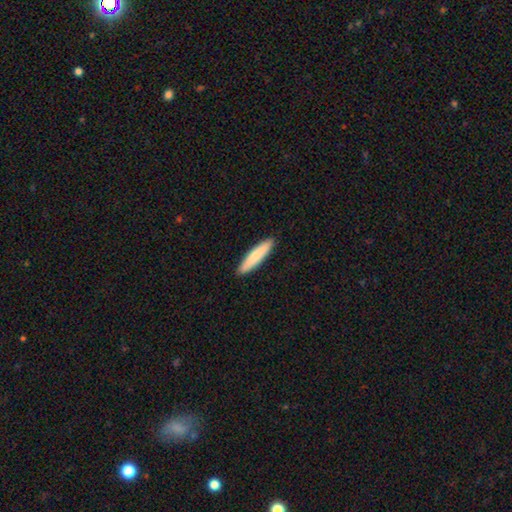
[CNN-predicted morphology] A smooth galaxy with no disk features (81%) that is cigar-shaped (87%).

Vote fractions:
- Smooth or featured? smooth: 81% / featured or disk: 14% / star or artifact: 5%
- How rounded? cigar-shaped: 87% / in between: 11% / round: 1%
- Merging? none: 92% / minor disturbance: 6% / major disturbance: 1% / merger: 1%